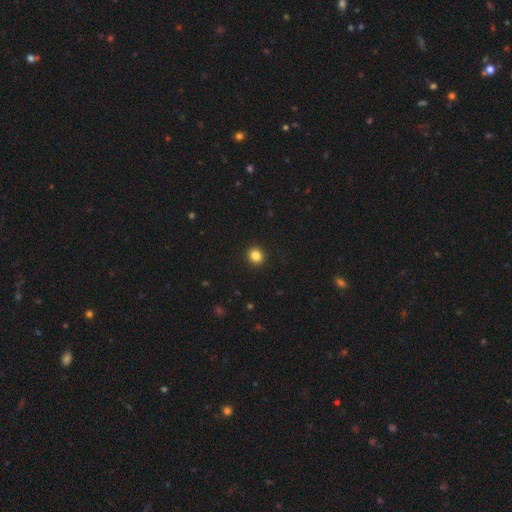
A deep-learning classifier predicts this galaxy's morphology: The model was most divided on "how rounded": round: 86%, in between: 13%, cigar-shaped: 1%. More confident: merging — none (93%); smooth or featured — smooth (84%).